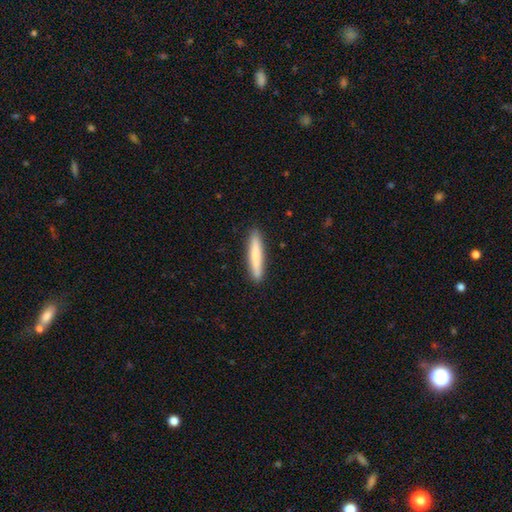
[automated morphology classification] Smooth or featured? Predicted: smooth (p=0.77). How rounded? Predicted: cigar-shaped (p=0.93). Merging? Predicted: none (p=0.91).